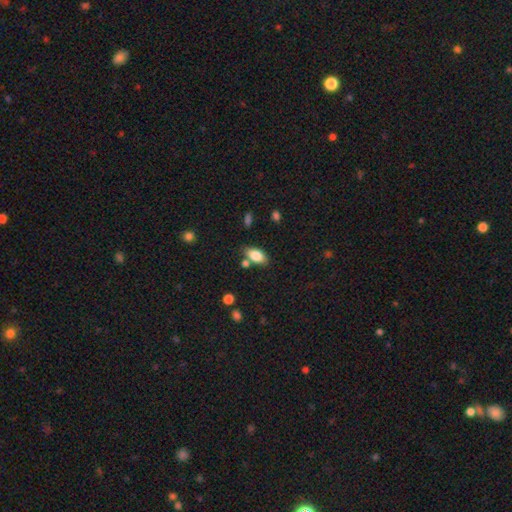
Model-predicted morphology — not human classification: This appears to be a smooth galaxy with no disk features (82%) that is in between round and cigar-shaped (90%). Merging: none (73%).